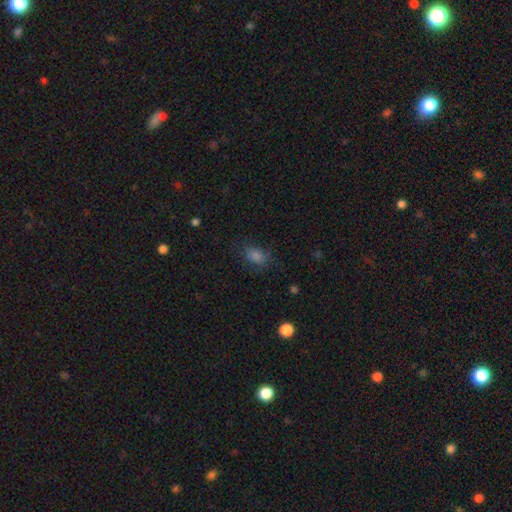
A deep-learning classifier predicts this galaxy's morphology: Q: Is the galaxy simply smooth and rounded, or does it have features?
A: smooth — 74%.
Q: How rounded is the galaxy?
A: in between — 75%.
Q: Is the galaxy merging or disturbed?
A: none — 72%.